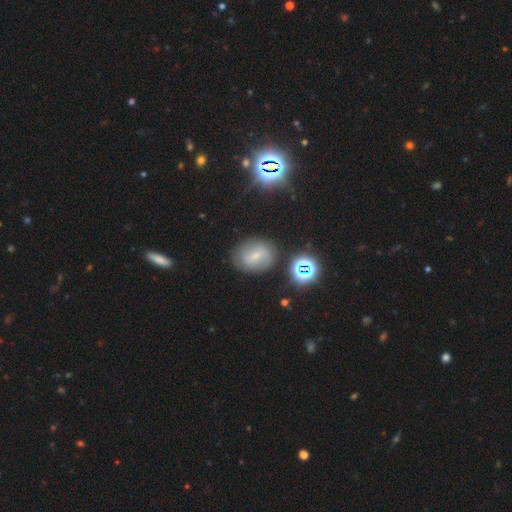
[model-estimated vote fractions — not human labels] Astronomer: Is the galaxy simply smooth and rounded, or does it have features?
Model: smooth — 44% (runner-up: featured or disk, 38%).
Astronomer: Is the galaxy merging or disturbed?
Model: none — 79%.